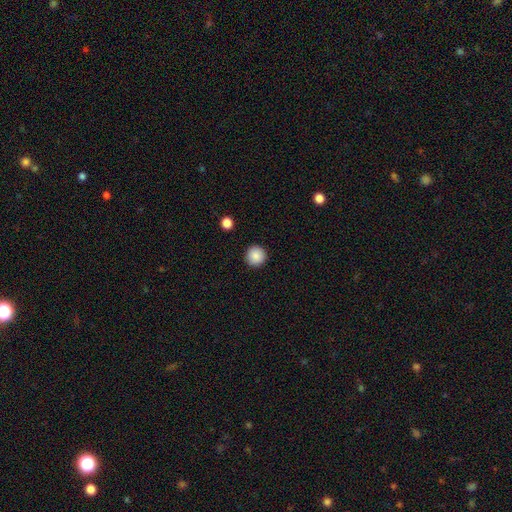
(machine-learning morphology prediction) Smooth or featured? Predicted: smooth (p=0.88). How rounded? Predicted: round (p=0.95). Merging? Predicted: none (p=0.92).